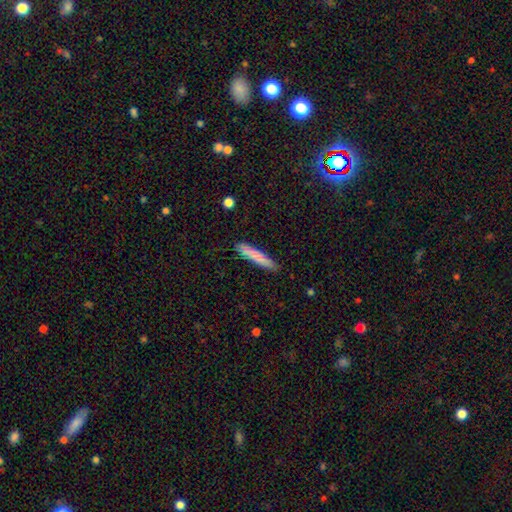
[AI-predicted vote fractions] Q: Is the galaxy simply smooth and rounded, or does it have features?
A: smooth — 78%.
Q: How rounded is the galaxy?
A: cigar-shaped — 93%.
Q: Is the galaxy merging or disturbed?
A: none — 86%.